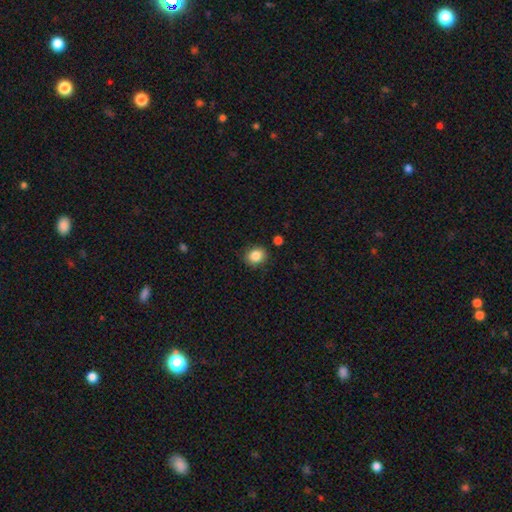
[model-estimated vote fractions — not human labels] This appears to be a smooth galaxy with no disk features (86%) that is round (65%). Merging: none (87%).